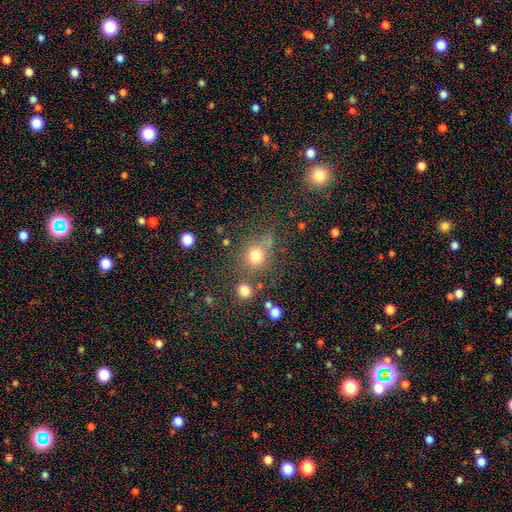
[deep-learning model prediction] Smooth or featured?
  - smooth: 73% *
  - star or artifact: 18%
  - featured or disk: 9%
How rounded?
  - round: 83% *
  - in between: 15%
  - cigar-shaped: 1%
Merging?
  - none: 67% *
  - minor disturbance: 13%
  - merger: 13%
  - major disturbance: 7%